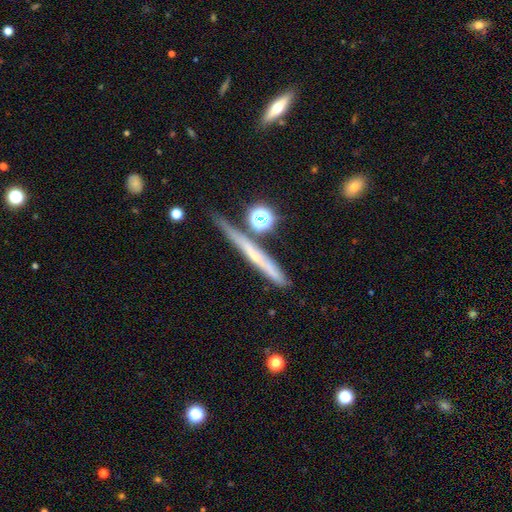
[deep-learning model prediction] A featured or disk galaxy (54%) viewed edge-on (93%) with no central bulge (68%). Merging: none (69%).